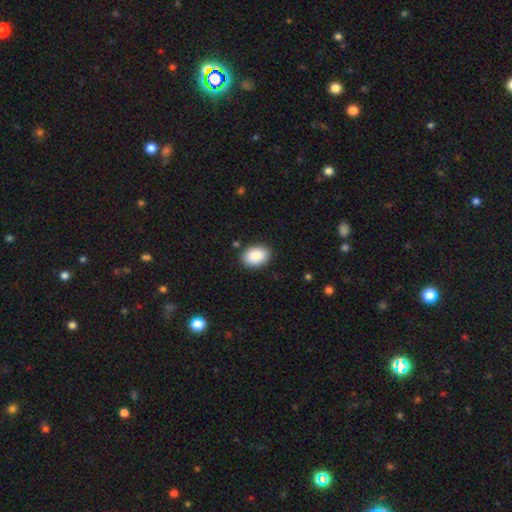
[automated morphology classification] This is clearly a smooth galaxy (86%). How rounded: clearly in between (80%). Merging: clearly none (88%).